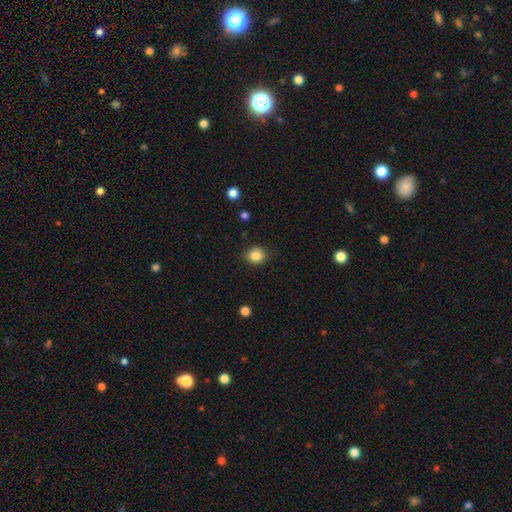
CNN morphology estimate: A smooth galaxy with no disk features (85%) that is round (75%). Merging: none (85%).